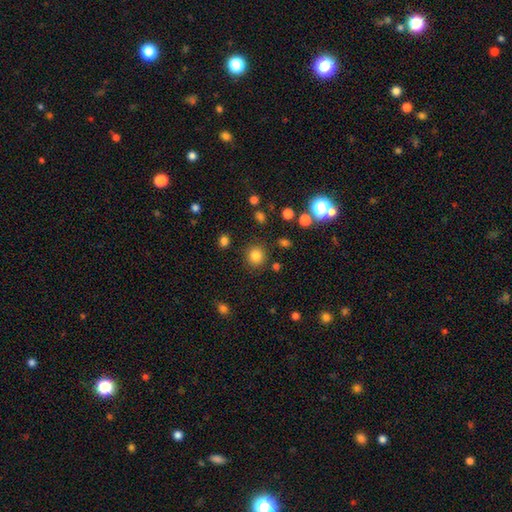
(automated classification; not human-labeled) Q: Smooth or featured?
A: smooth (83%); runner-up: star or artifact (12%)
Q: How rounded?
A: round (90%); runner-up: in between (9%)
Q: Merging?
A: none (86%); runner-up: minor disturbance (8%)